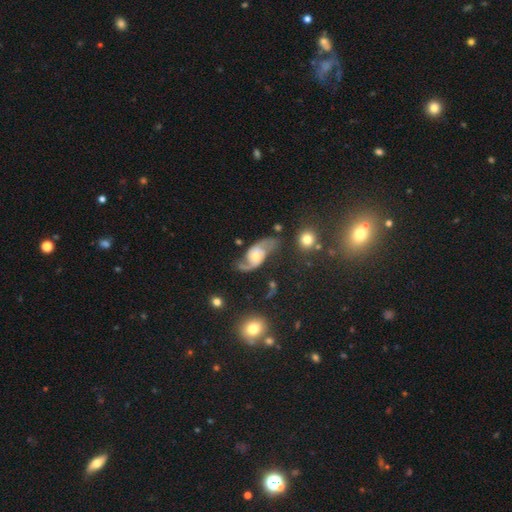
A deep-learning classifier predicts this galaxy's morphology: Q: Smooth or featured?
A: featured or disk (83%); runner-up: smooth (11%)
Q: Edge-on disk?
A: no (96%); runner-up: yes (4%)
Q: Bar?
A: no (58%); runner-up: weak (33%)
Q: Spiral arms?
A: yes (94%); runner-up: no (6%)
Q: Spiral winding?
A: loose (47%); runner-up: medium (39%)
Q: Spiral arm count?
A: 2 (89%); runner-up: 1 (4%)
Q: Bulge size?
A: moderate (55%); runner-up: small (33%)
Q: Merging?
A: none (50%); runner-up: minor disturbance (22%)